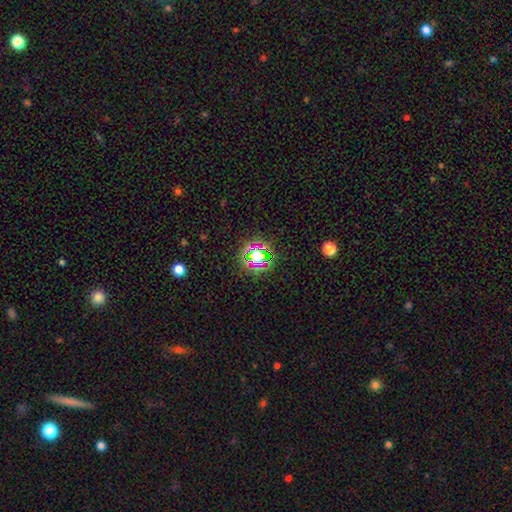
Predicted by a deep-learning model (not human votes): smooth_or_featured: star or artifact (p=0.58) [alt: smooth p=0.30]